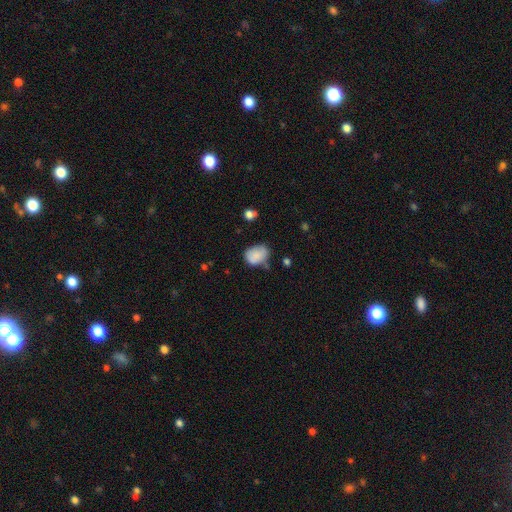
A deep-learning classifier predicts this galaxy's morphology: Q: Smooth or featured?
A: smooth (80%); runner-up: featured or disk (11%)
Q: How rounded?
A: in between (65%); runner-up: round (34%)
Q: Merging?
A: none (48%); runner-up: minor disturbance (35%)